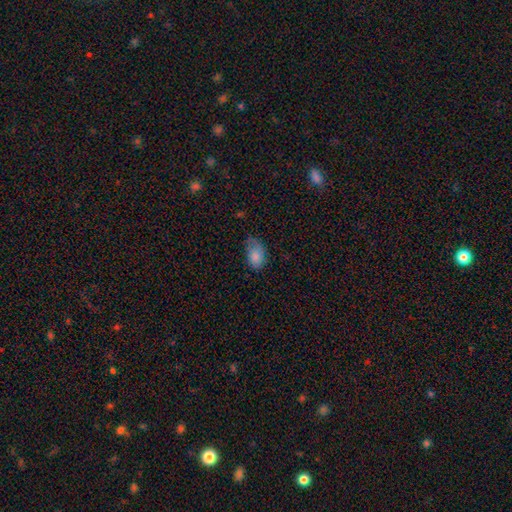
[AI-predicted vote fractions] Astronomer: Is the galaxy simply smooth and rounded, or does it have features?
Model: smooth — 82%.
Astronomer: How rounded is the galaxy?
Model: in between — 89%.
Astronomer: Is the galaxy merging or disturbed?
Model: none — 44% (runner-up: minor disturbance, 39%).